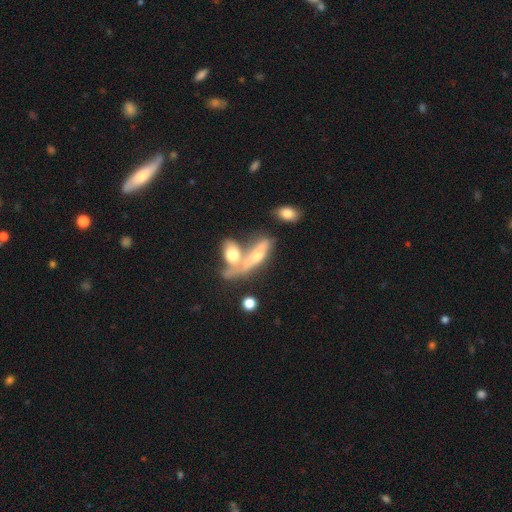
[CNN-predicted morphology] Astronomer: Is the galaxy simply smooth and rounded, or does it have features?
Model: featured or disk — 52% (runner-up: smooth, 28%).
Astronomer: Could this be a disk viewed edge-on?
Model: no — 55% (runner-up: yes, 45%).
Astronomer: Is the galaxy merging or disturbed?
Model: merger — 51% (runner-up: none, 31%).